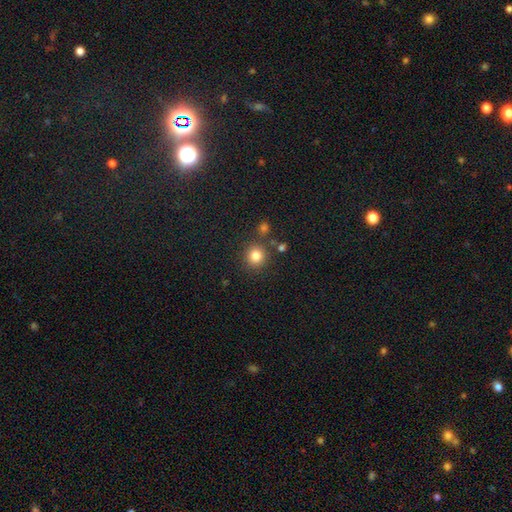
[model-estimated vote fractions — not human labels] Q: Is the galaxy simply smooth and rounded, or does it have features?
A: smooth — 82%.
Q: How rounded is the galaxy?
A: round — 92%.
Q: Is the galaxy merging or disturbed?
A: none — 84%.